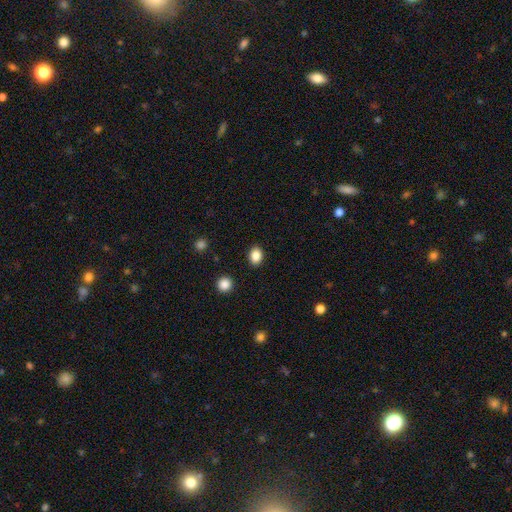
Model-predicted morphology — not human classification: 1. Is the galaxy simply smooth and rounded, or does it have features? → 86% smooth, 10% star or artifact, 4% featured or disk.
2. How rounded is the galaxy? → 61% in between, 38% round, 1% cigar-shaped.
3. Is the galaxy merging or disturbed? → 89% none, 7% minor disturbance, 2% major disturbance, 2% merger.